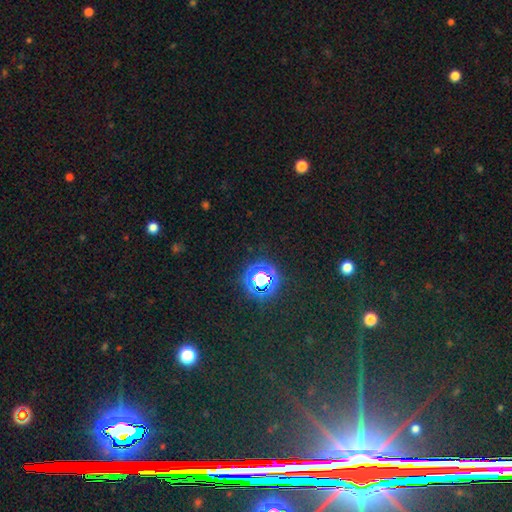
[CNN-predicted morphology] smooth-or-featured: star or artifact: 78% | smooth: 11% | featured or disk: 11%